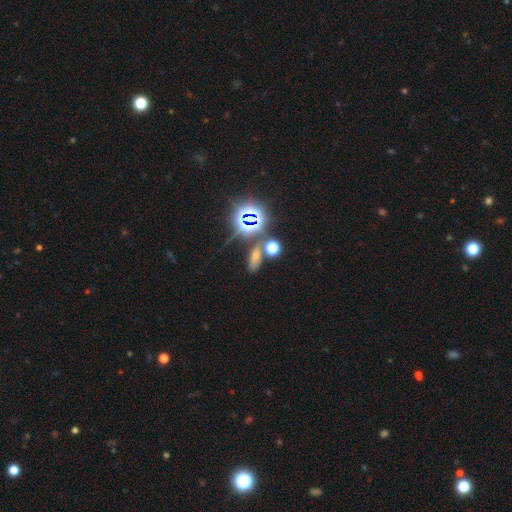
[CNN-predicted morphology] This appears to be a smooth galaxy with no disk features (45%). Merging: none (65%).